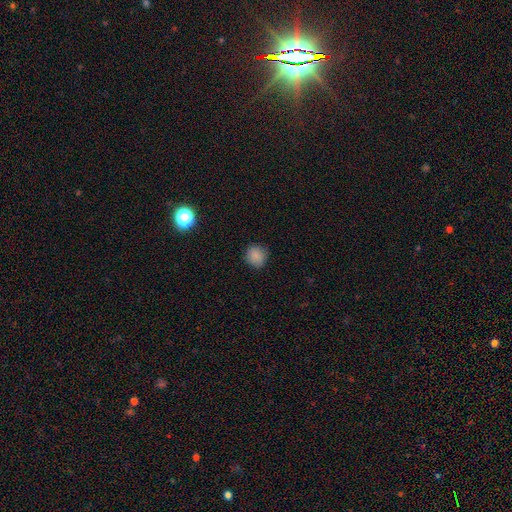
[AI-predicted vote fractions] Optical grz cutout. It shows a smooth galaxy with no disk features (86%) that is round (89%). Merging: none (87%).